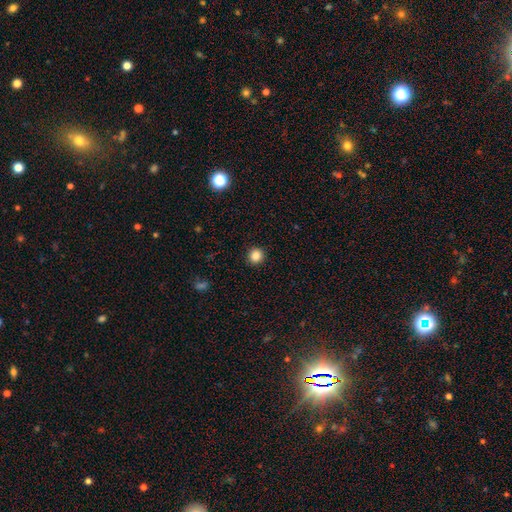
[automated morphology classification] This appears to be a smooth galaxy with no disk features (86%) that is round (89%). Merging: none (92%).